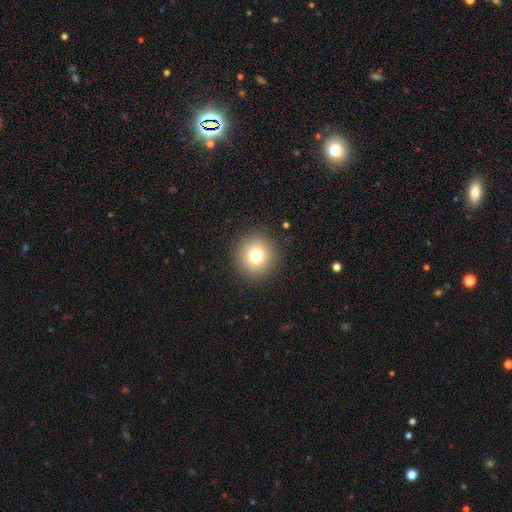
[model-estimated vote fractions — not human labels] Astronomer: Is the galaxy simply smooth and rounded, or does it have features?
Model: smooth — 77%.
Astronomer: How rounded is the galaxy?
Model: round — 94%.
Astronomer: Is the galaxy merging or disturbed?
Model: none — 91%.